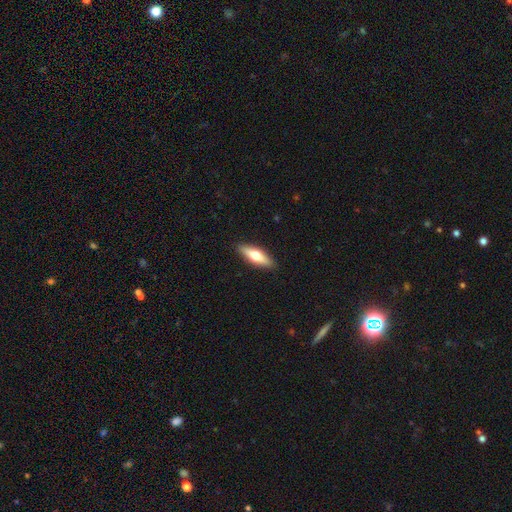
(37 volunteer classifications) A smooth galaxy with no disk features (49%) that is cigar-shaped (56%).

Vote fractions:
- Smooth or featured? smooth: 49% / featured or disk: 46% / star or artifact: 5%
- How rounded? cigar-shaped: 56% / in between: 44% / round: 0%
- Merging? none: 94% / minor disturbance: 6% / major disturbance: 0% / merger: 0%